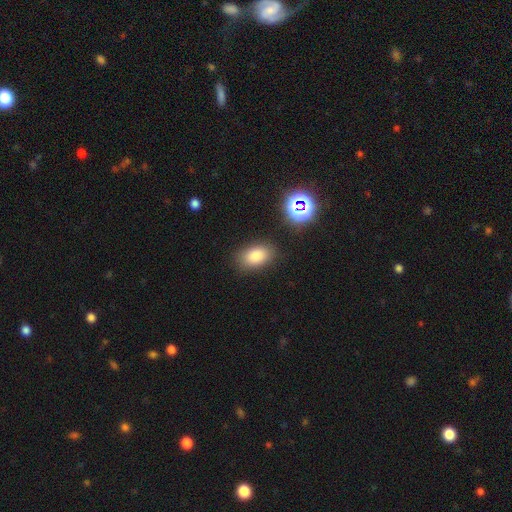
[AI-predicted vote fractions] Smooth or featured? Predicted: smooth (p=0.82). How rounded? Predicted: in between (p=0.88). Merging? Predicted: none (p=0.85).